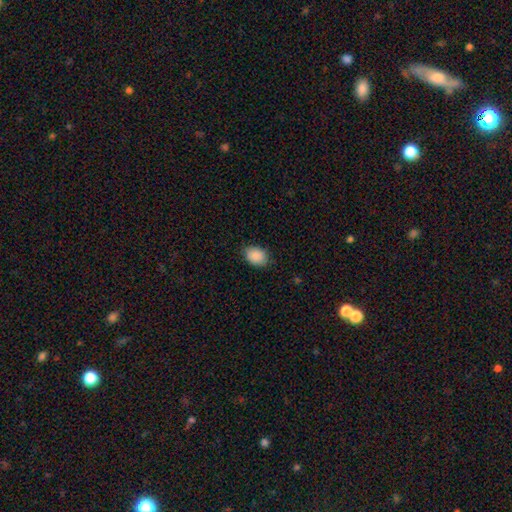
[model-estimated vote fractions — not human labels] Smooth or featured?
  - smooth: 89% *
  - star or artifact: 7%
  - featured or disk: 4%
How rounded?
  - in between: 78% *
  - round: 21%
  - cigar-shaped: 1%
Merging?
  - none: 84% *
  - minor disturbance: 13%
  - major disturbance: 2%
  - merger: 1%